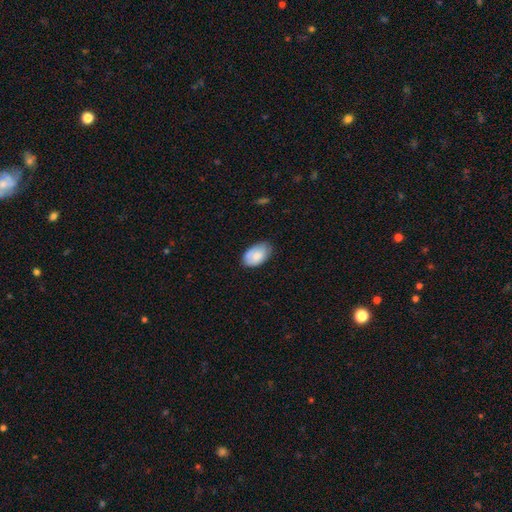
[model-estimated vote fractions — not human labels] smooth-or-featured: smooth: 78% | featured or disk: 16% | star or artifact: 6%
  how-rounded: in between: 92% | round: 7% | cigar-shaped: 1%
  merging: none: 70% | minor disturbance: 24% | major disturbance: 4% | merger: 1%